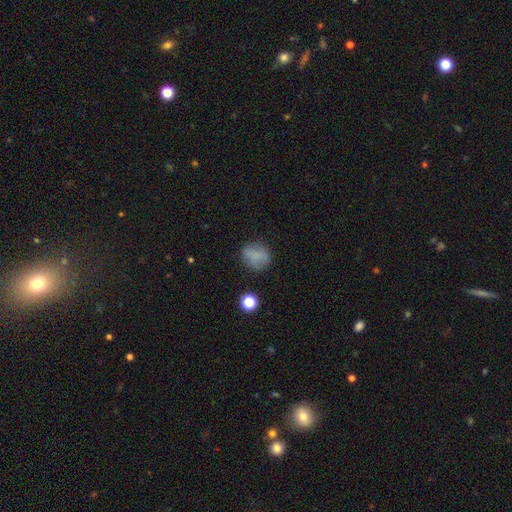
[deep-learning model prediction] A smooth galaxy with no disk features (76%) that is round (71%).

Vote fractions:
- Smooth or featured? smooth: 76% / star or artifact: 12% / featured or disk: 12%
- How rounded? round: 71% / in between: 27% / cigar-shaped: 2%
- Merging? none: 74% / minor disturbance: 18% / major disturbance: 6% / merger: 2%